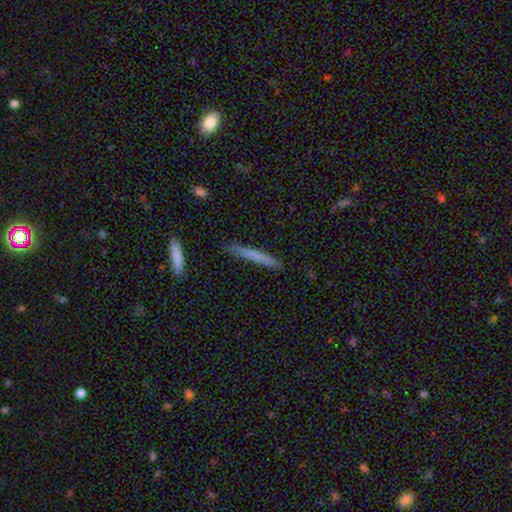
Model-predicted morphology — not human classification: Smooth or featured?
  - smooth: 70% *
  - featured or disk: 24%
  - star or artifact: 6%
How rounded?
  - cigar-shaped: 96% *
  - in between: 3%
  - round: 1%
Merging?
  - none: 85% *
  - minor disturbance: 12%
  - major disturbance: 2%
  - merger: 2%